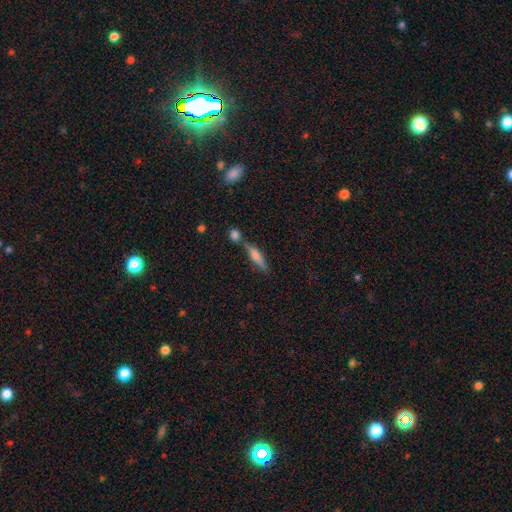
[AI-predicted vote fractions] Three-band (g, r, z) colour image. It shows a smooth galaxy with no disk features (53%) that is cigar-shaped (80%). Merging: none (57%).